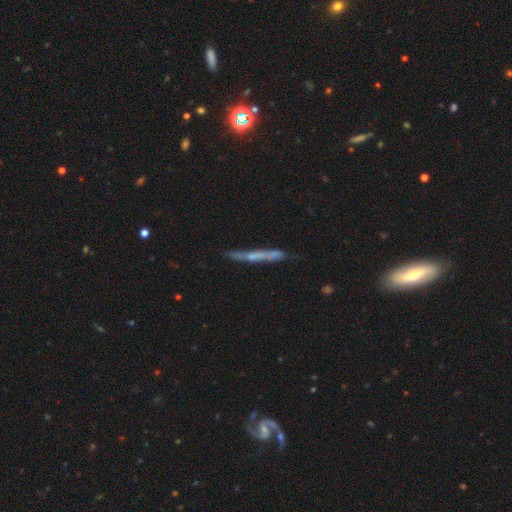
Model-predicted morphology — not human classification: Smooth or featured? featured or disk (52%)
Edge-on disk? yes (90%)
Merging? none (73%)